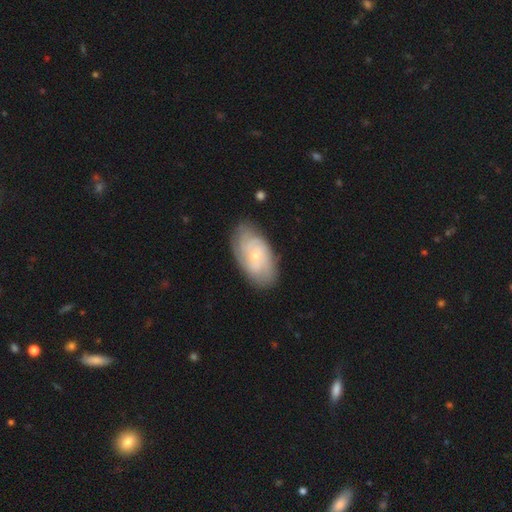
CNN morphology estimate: Smooth or featured?
  - featured or disk: 65% *
  - smooth: 29%
  - star or artifact: 6%
Edge-on disk?
  - no: 95% *
  - yes: 5%
Bar?
  - no: 73% *
  - weak: 24%
  - strong: 4%
Spiral arms?
  - yes: 85% *
  - no: 15%
Spiral winding?
  - tight: 64% *
  - medium: 27%
  - loose: 9%
Spiral arm count?
  - can't tell: 51% *
  - 2: 20%
  - 3: 12%
  - 4: 9%
  - more than 4: 5%
  - 1: 4%
Bulge size?
  - small: 74% *
  - moderate: 22%
  - none: 2%
  - large: 1%
  - dominant: 1%
Merging?
  - none: 76% *
  - minor disturbance: 18%
  - major disturbance: 5%
  - merger: 1%